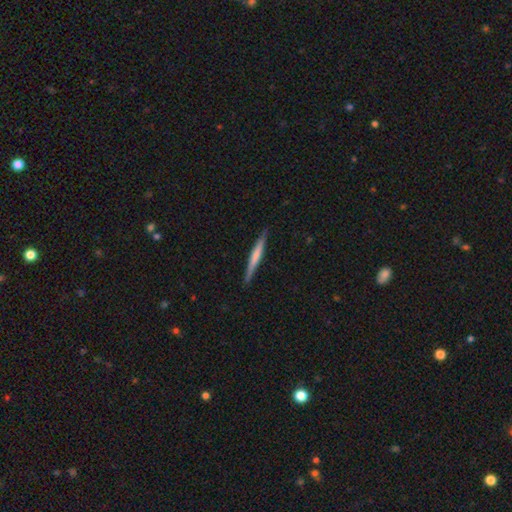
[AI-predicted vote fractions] smooth 52%, featured or disk 43%, star or artifact 5%. Down the decision tree: how rounded — cigar-shaped (96%); merging — none (88%).